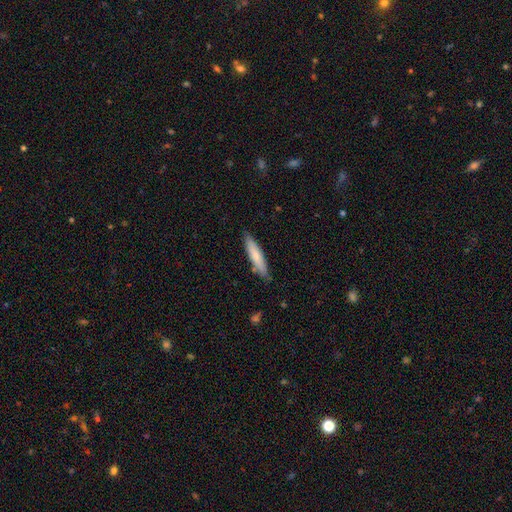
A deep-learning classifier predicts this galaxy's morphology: The model was most divided on "smooth or featured": smooth: 71%, featured or disk: 24%, star or artifact: 5%. More confident: how rounded — cigar-shaped (85%); merging — none (85%).